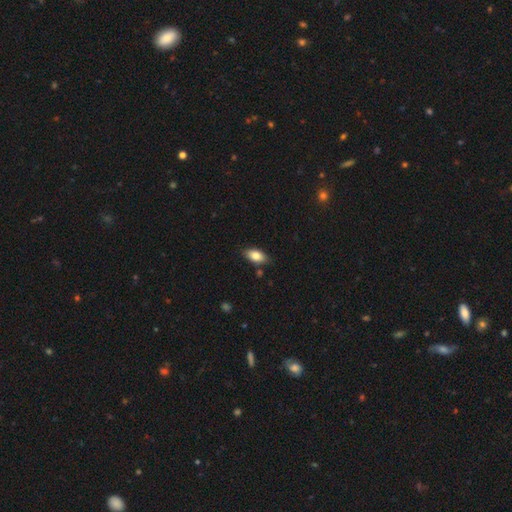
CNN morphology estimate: smooth-or-featured: smooth: 82% | featured or disk: 11% | star or artifact: 7%
  how-rounded: in between: 90% | cigar-shaped: 5% | round: 5%
  merging: none: 83% | minor disturbance: 12% | merger: 3% | major disturbance: 2%